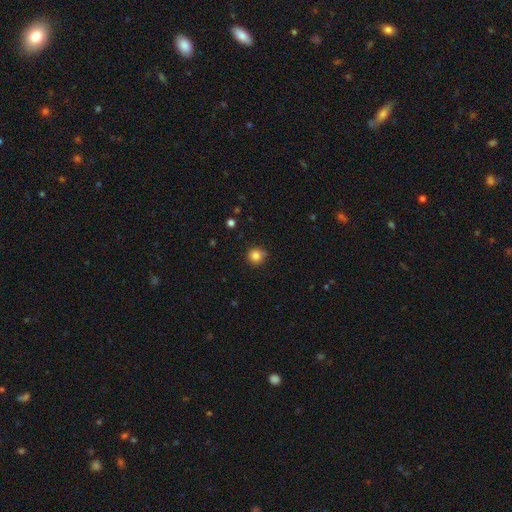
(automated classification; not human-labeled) Morphology: type=smooth (84%); roundness=round (94%); merging=none (84%).